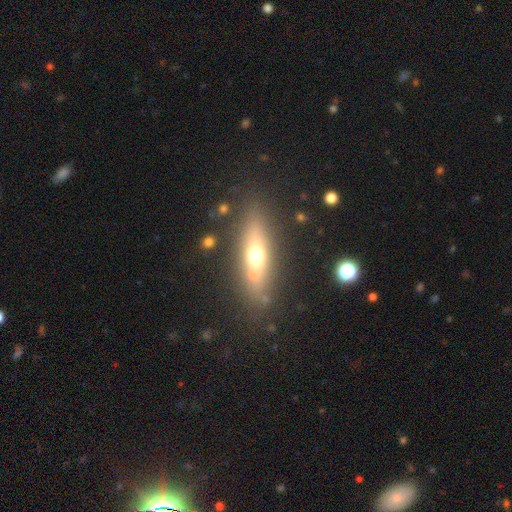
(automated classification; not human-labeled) Morphology: type=smooth (51%); roundness=cigar-shaped (52%); merging=none (73%).